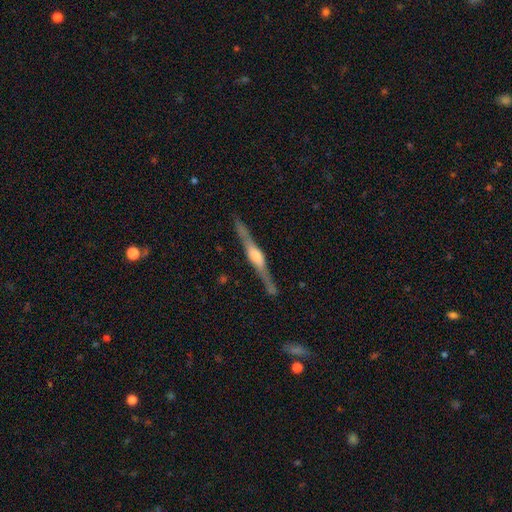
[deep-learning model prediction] Smooth or featured? Predicted: featured or disk (p=0.79). Edge-on disk? Predicted: yes (p=0.97). Edge-on bulge? Predicted: rounded (p=0.74). Merging? Predicted: none (p=0.84).